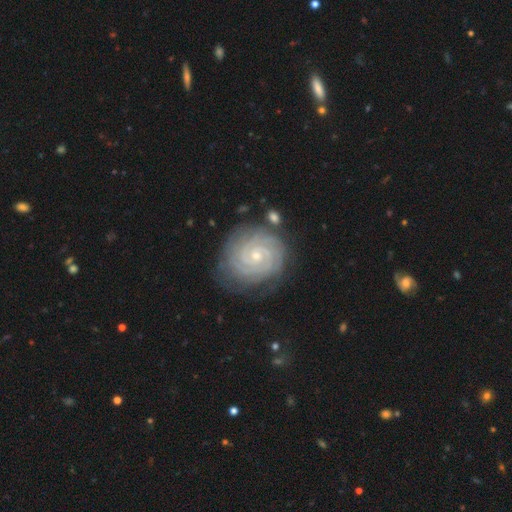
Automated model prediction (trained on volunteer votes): Smooth or featured?
  - featured or disk: 89% *
  - star or artifact: 6%
  - smooth: 5%
Edge-on disk?
  - no: 98% *
  - yes: 2%
Bar?
  - no: 71% *
  - weak: 22%
  - strong: 7%
Spiral arms?
  - yes: 98% *
  - no: 2%
Spiral winding?
  - tight: 88% *
  - medium: 11%
  - loose: 2%
Spiral arm count?
  - 2: 25% *
  - 3: 23%
  - 4: 21%
  - can't tell: 16%
  - more than 4: 9%
  - 1: 7%
Bulge size?
  - small: 76% *
  - moderate: 21%
  - none: 1%
  - large: 1%
  - dominant: 1%
Merging?
  - none: 81% *
  - minor disturbance: 13%
  - major disturbance: 4%
  - merger: 2%